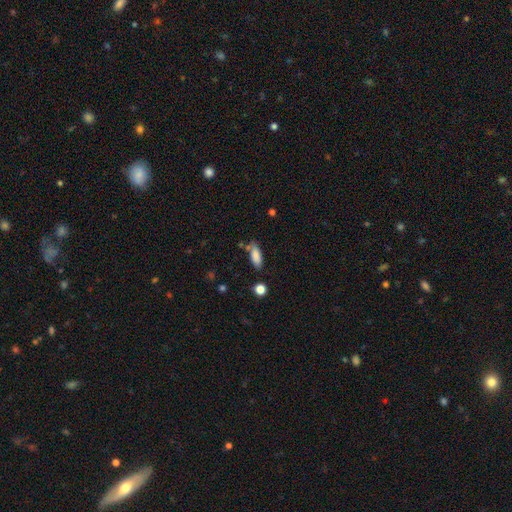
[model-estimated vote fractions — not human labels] Q: Smooth or featured?
A: smooth (85%); runner-up: featured or disk (8%)
Q: How rounded?
A: in between (68%); runner-up: cigar-shaped (29%)
Q: Merging?
A: none (71%); runner-up: minor disturbance (17%)